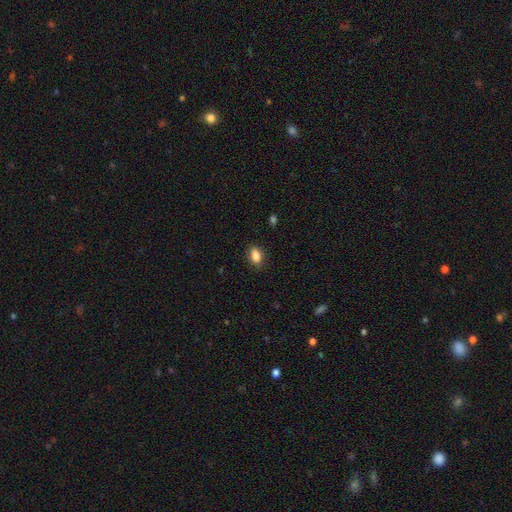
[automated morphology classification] This appears to be a smooth galaxy with no disk features (86%) that is in between round and cigar-shaped (86%). Merging: none (86%).